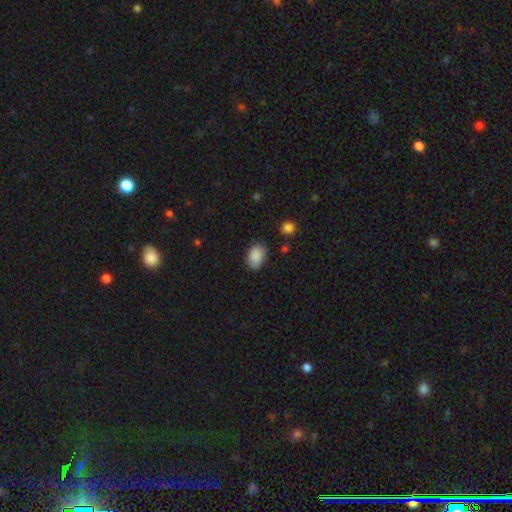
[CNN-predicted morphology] Smooth or featured?
  - smooth: 88% *
  - star or artifact: 8%
  - featured or disk: 5%
How rounded?
  - in between: 85% *
  - round: 14%
  - cigar-shaped: 1%
Merging?
  - none: 75% *
  - minor disturbance: 19%
  - major disturbance: 4%
  - merger: 2%